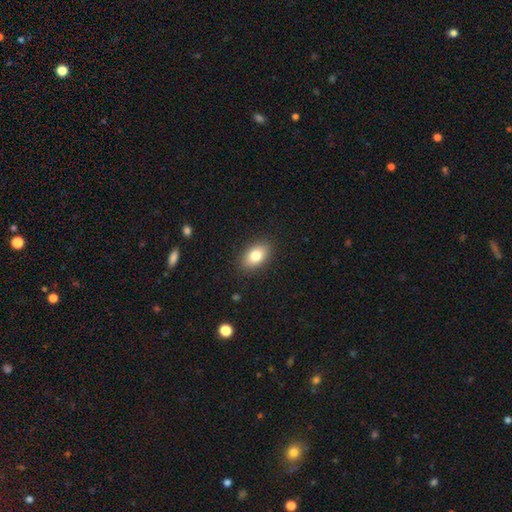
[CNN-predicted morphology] Overall: smooth (81%). How rounded: in between (87%). Merging: none (88%).